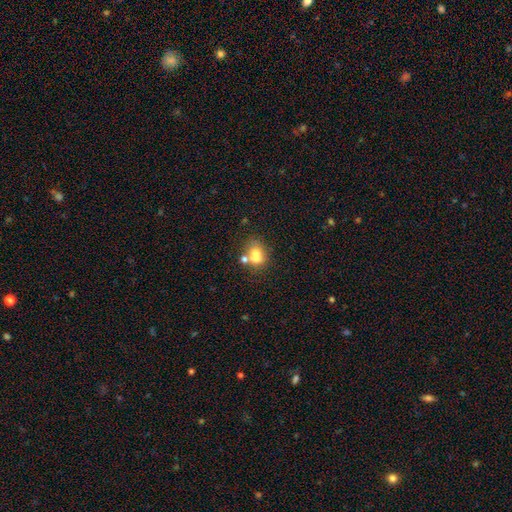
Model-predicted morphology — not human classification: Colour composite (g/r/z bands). It shows a smooth galaxy with no disk features (69%) that is in between round and cigar-shaped (60%). Merging: none (41%).